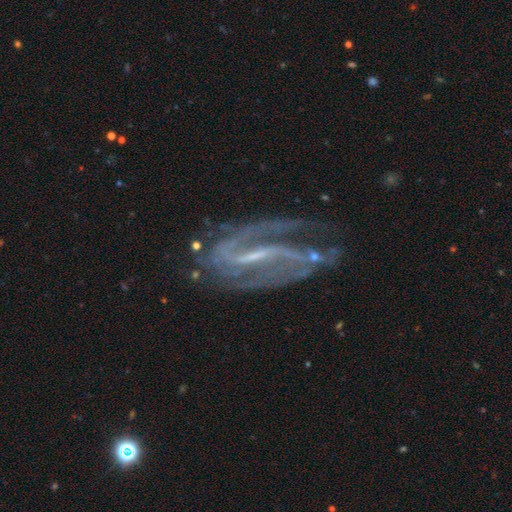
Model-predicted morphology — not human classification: This is clearly a featured or disk galaxy (87%). It is clearly not viewed edge-on (94%). Bar: possibly strong (54%). Spiral arm pattern: clearly yes (93%). Spiral arm count: likely 2 (67%). Spiral winding: possibly medium (47%). Central bulge: possibly small (59%). Merging: possibly none (57%).